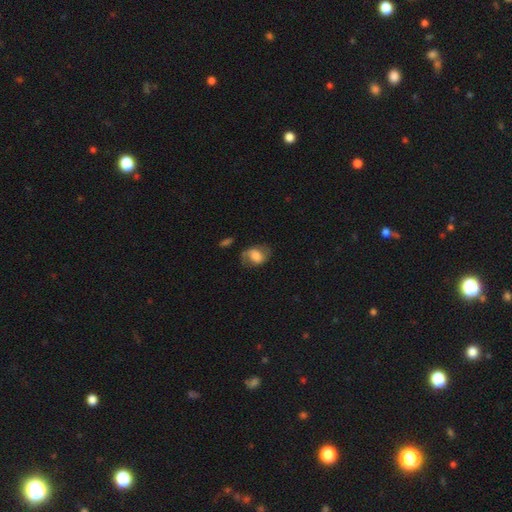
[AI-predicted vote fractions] Smooth or featured? smooth (55%)
How rounded? in between (72%)
Merging? none (59%)